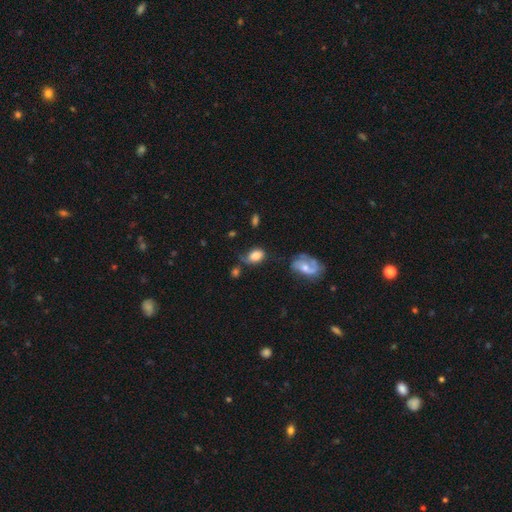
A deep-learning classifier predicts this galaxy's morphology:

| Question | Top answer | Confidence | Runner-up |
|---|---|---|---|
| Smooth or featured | smooth | 74% | featured or disk (17%) |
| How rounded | in between | 81% | round (18%) |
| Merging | none | 39% | minor disturbance (32%) |